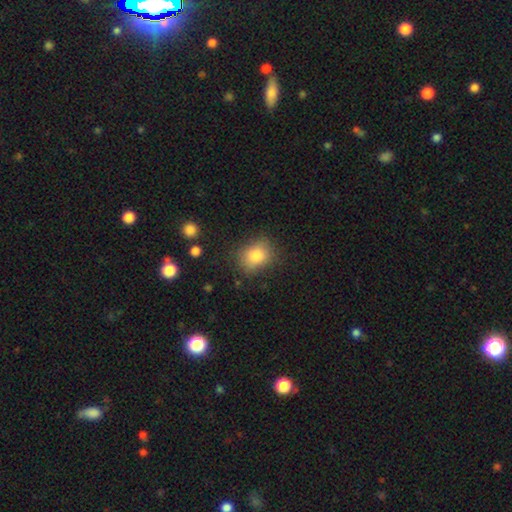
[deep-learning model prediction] This appears to be a smooth galaxy with no disk features (83%) that is round (51%). Merging: none (76%).